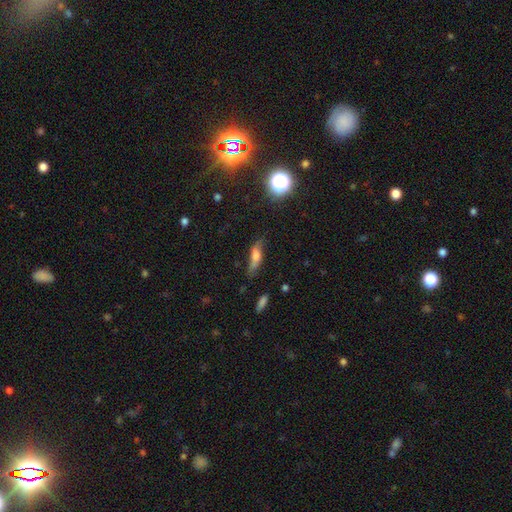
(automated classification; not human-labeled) A smooth galaxy with no disk features (51%) that is cigar-shaped (52%). Merging: none (58%).